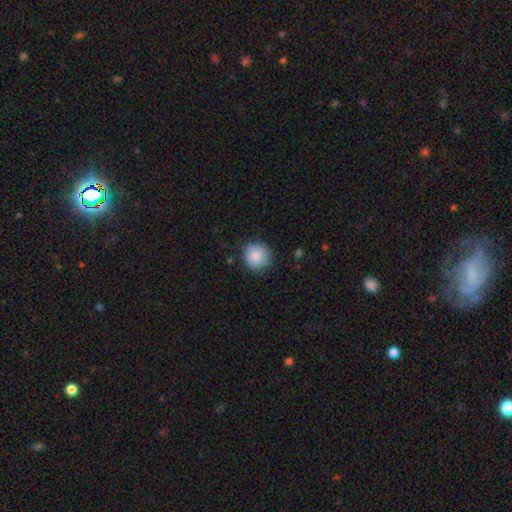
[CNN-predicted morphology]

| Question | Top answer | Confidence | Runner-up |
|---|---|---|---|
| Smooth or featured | smooth | 85% | star or artifact (8%) |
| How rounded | round | 92% | in between (7%) |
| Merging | none | 81% | minor disturbance (15%) |